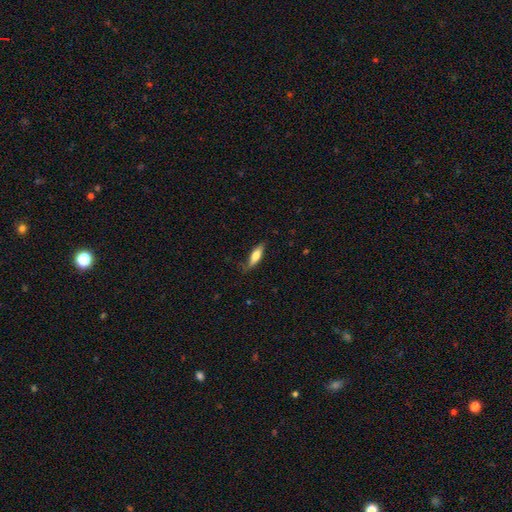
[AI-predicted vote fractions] Smooth or featured? smooth (65%)
How rounded? cigar-shaped (54%)
Merging? none (67%)